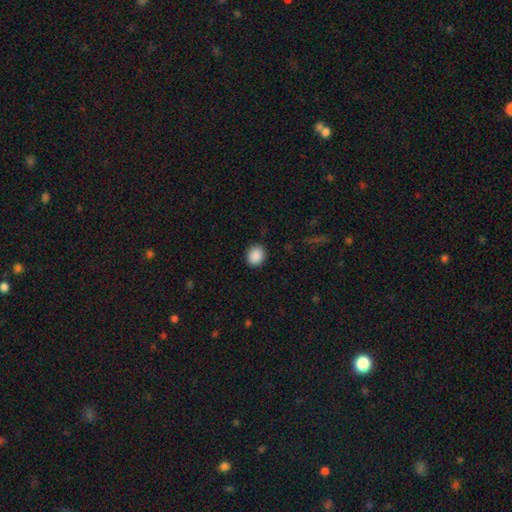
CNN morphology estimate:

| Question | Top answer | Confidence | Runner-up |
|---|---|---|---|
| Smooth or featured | smooth | 89% | star or artifact (8%) |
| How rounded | round | 71% | in between (28%) |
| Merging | none | 89% | minor disturbance (8%) |